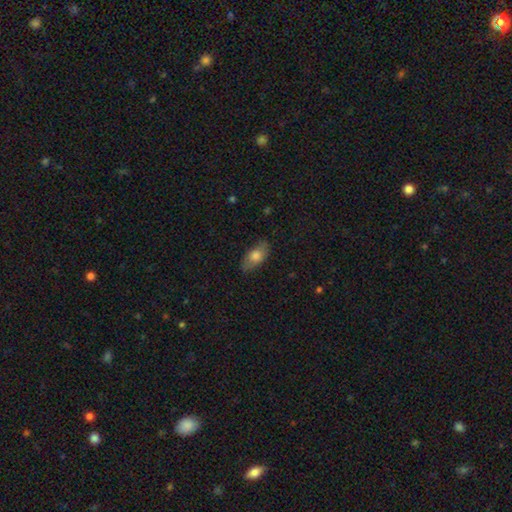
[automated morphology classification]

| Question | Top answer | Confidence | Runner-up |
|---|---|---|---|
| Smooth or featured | smooth | 74% | featured or disk (19%) |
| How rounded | in between | 88% | cigar-shaped (8%) |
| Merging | none | 79% | minor disturbance (16%) |